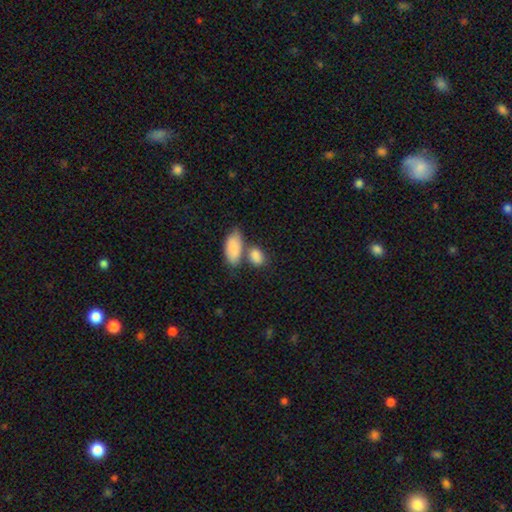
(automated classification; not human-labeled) This is clearly a smooth galaxy (87%). How rounded: clearly in between (83%). Merging: marginally none (44%).